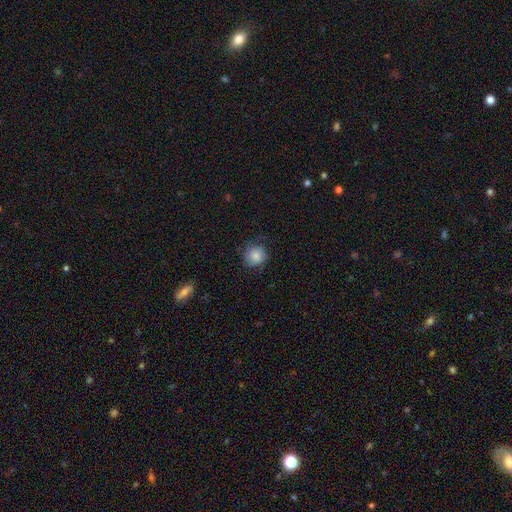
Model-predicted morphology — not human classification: Overall: smooth (77%). How rounded: round (87%). Merging: none (72%).